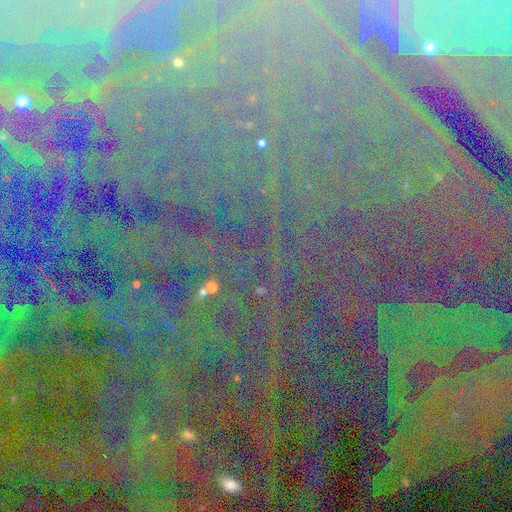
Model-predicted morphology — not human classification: Overall: star or artifact (84%).